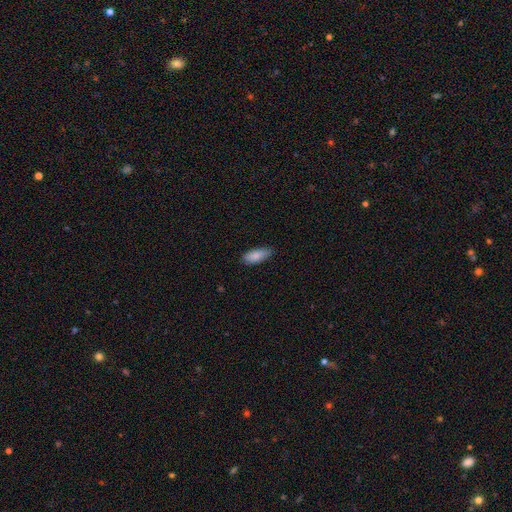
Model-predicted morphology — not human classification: Smooth or featured? smooth (87%)
How rounded? in between (80%)
Merging? none (79%)